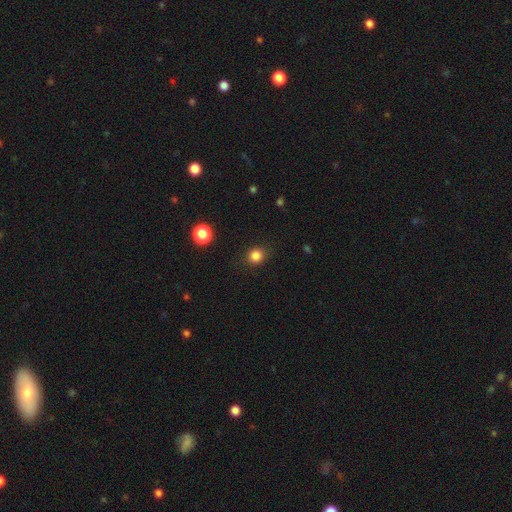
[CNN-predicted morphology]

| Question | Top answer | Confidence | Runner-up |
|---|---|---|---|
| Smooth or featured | smooth | 84% | star or artifact (12%) |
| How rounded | round | 84% | in between (15%) |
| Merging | none | 88% | minor disturbance (8%) |